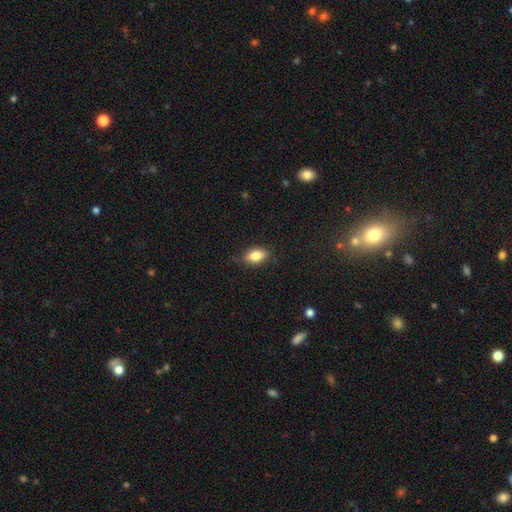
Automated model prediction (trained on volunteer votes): Smooth or featured? Predicted: smooth (p=0.81). How rounded? Predicted: in between (p=0.86). Merging? Predicted: none (p=0.81).